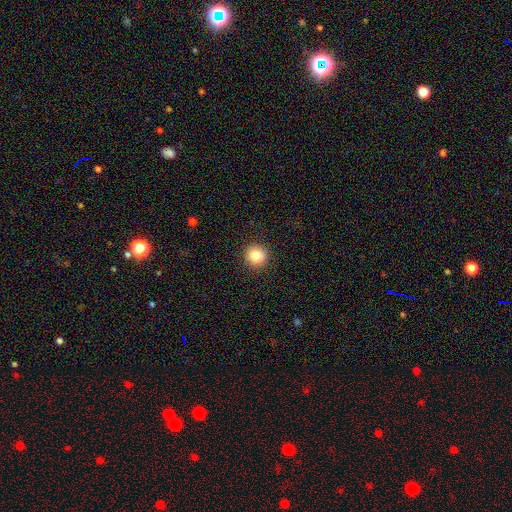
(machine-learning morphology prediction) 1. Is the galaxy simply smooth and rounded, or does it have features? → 84% smooth, 10% star or artifact, 6% featured or disk.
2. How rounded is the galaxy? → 94% round, 5% in between, 1% cigar-shaped.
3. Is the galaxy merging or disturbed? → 92% none, 6% minor disturbance, 2% major disturbance, 1% merger.